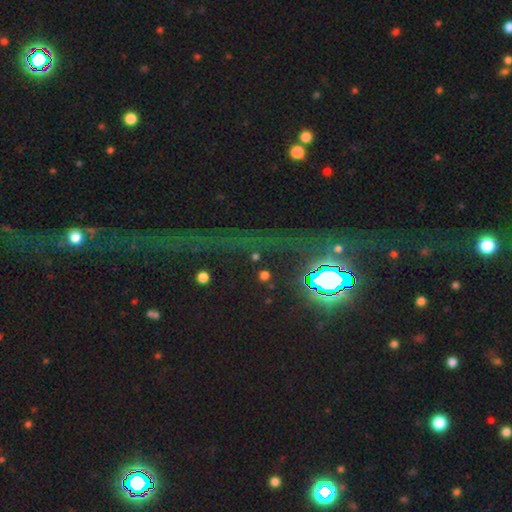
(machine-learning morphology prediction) Smooth or featured: star or artifact — 70% (smooth — 17%)